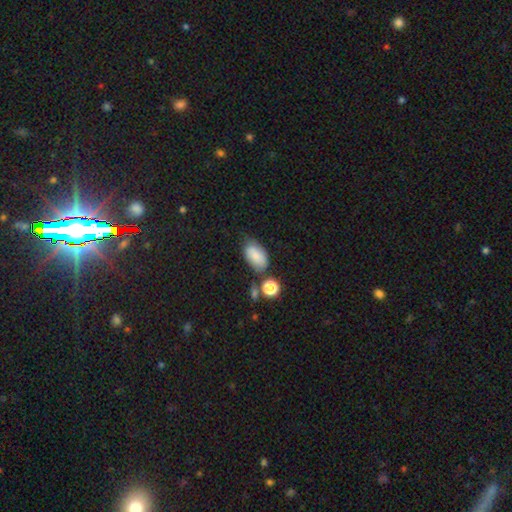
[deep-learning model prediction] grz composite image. It shows a smooth galaxy with no disk features (75%) that is in between round and cigar-shaped (91%). Merging: none (59%).